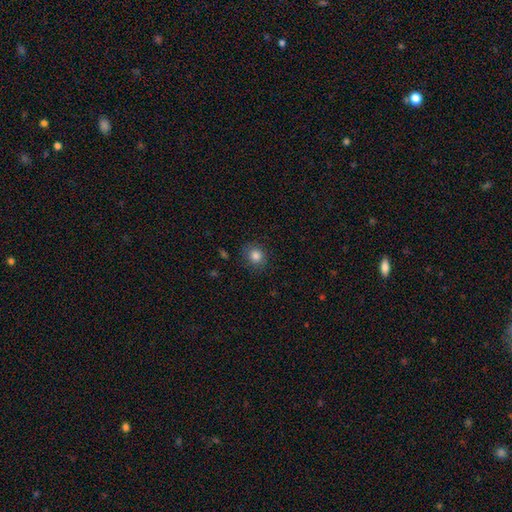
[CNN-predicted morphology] A smooth galaxy with no disk features (83%) that is round (83%). Merging: none (85%).